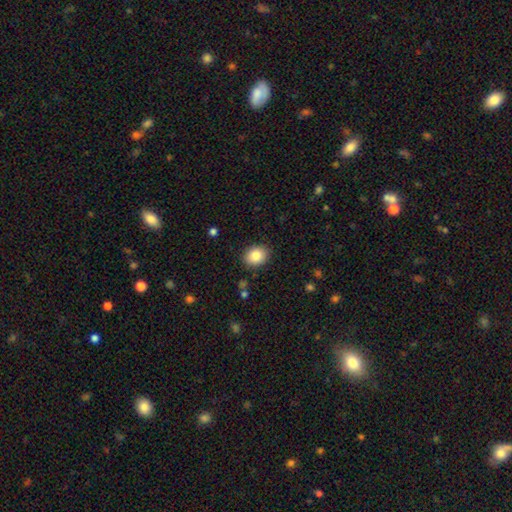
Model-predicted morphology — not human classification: smooth-or-featured: smooth: 85% | star or artifact: 8% | featured or disk: 7%
  how-rounded: in between: 56% | round: 43% | cigar-shaped: 1%
  merging: none: 87% | minor disturbance: 9% | major disturbance: 2% | merger: 1%